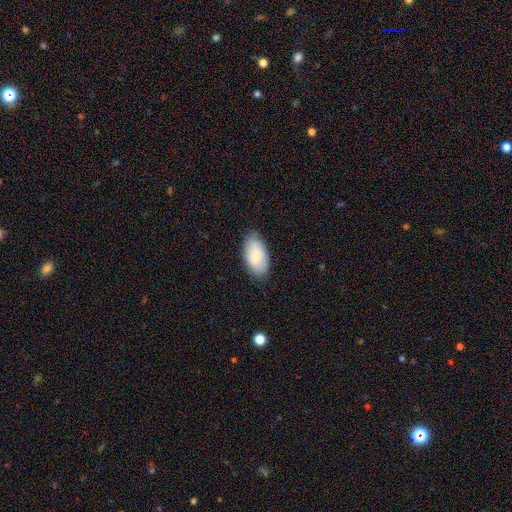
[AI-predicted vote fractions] Smooth or featured: smooth — 84% (featured or disk — 10%)
How rounded: in between — 95% (cigar-shaped — 3%)
Merging: none — 80% (minor disturbance — 16%)